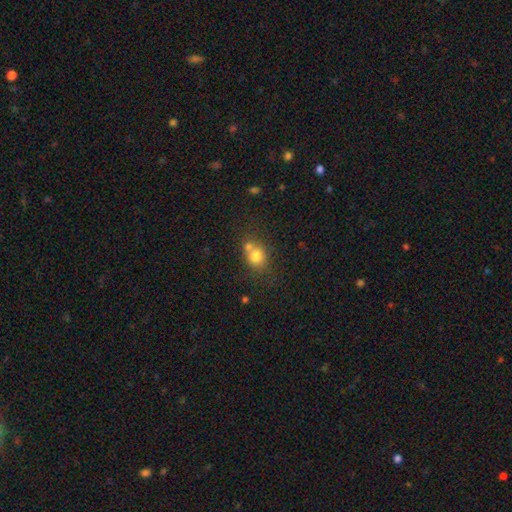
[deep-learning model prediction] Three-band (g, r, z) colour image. It shows a smooth galaxy with no disk features (77%) that is round (72%). Merging: none (45%).